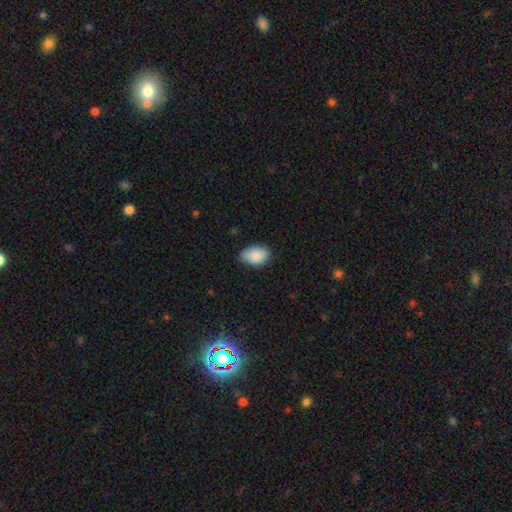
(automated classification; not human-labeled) The model was most divided on "merging": none: 68%, minor disturbance: 27%, major disturbance: 3%, merger: 1%. More confident: how rounded — in between (88%); smooth or featured — smooth (87%).